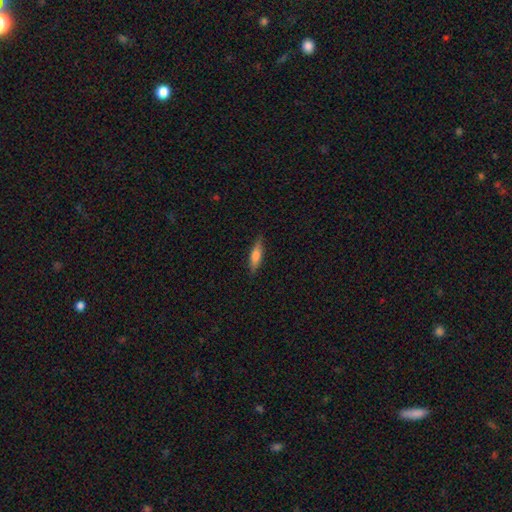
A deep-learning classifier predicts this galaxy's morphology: smooth-or-featured: smooth: 69% | featured or disk: 24% | star or artifact: 6%
  how-rounded: cigar-shaped: 64% | in between: 34% | round: 2%
  merging: none: 86% | minor disturbance: 11% | major disturbance: 2% | merger: 1%